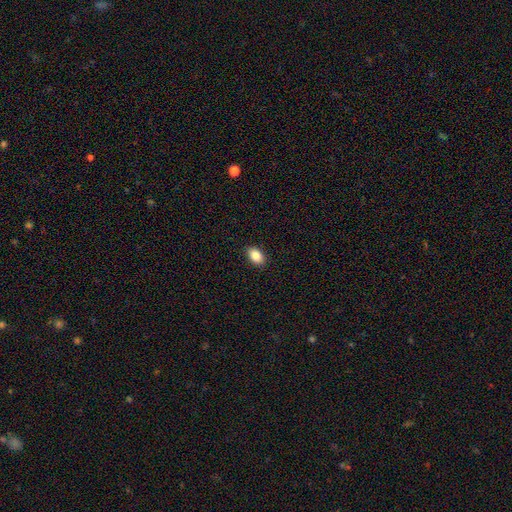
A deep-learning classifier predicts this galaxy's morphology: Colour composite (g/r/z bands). It shows a smooth galaxy with no disk features (86%) that is in between round and cigar-shaped (87%). Merging: none (89%).